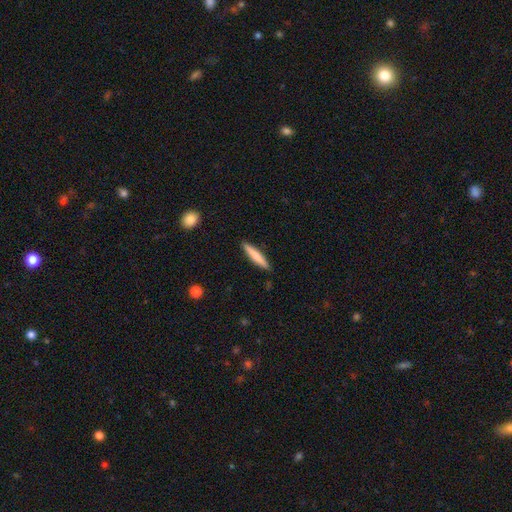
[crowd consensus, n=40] This appears to be a smooth galaxy with no disk features (70%) that is cigar-shaped (96%). Merging: none (95%).